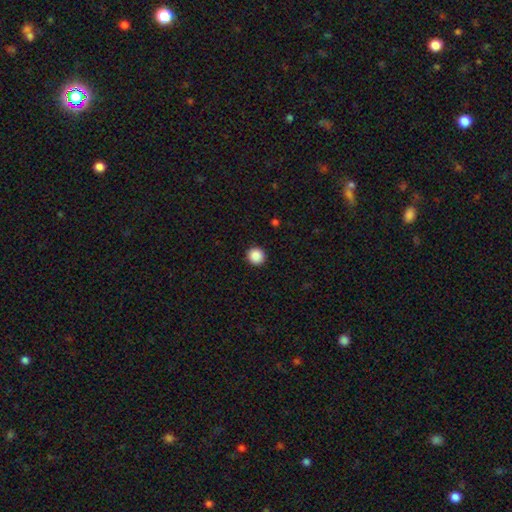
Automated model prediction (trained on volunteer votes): Overall: smooth (89%). How rounded: round (94%). Merging: none (93%).